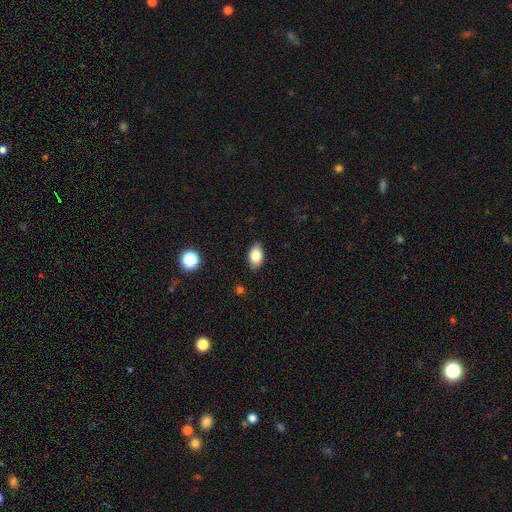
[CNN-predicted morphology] smooth 83%, featured or disk 9%, star or artifact 8%. Down the decision tree: how rounded — in between (90%); merging — none (86%).